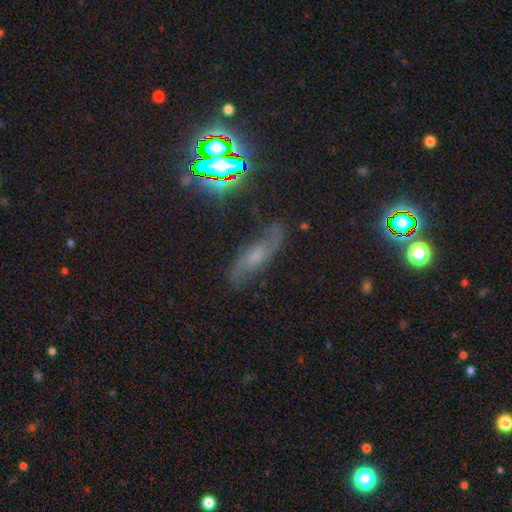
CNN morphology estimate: Q: Smooth or featured?
A: featured or disk (58%); runner-up: star or artifact (22%)
Q: Edge-on disk?
A: no (79%); runner-up: yes (21%)
Q: Merging?
A: none (69%); runner-up: minor disturbance (20%)